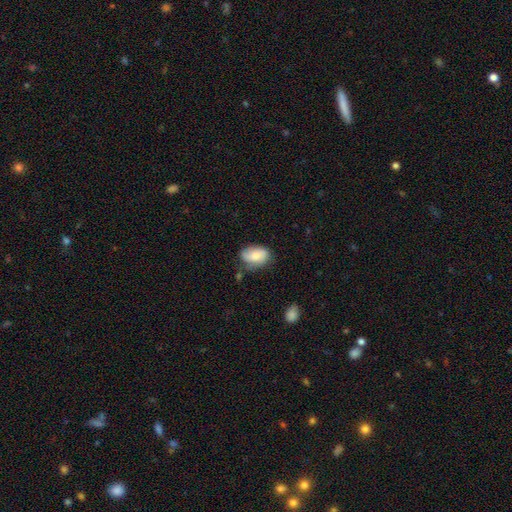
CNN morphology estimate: This appears to be a smooth galaxy with no disk features (74%) that is in between round and cigar-shaped (85%). Merging: none (56%).